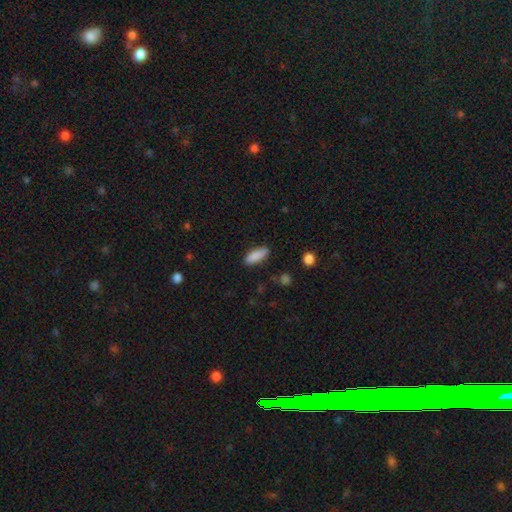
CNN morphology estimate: Smooth or featured: smooth — 88% (star or artifact — 7%)
How rounded: in between — 62% (cigar-shaped — 36%)
Merging: none — 85% (minor disturbance — 11%)